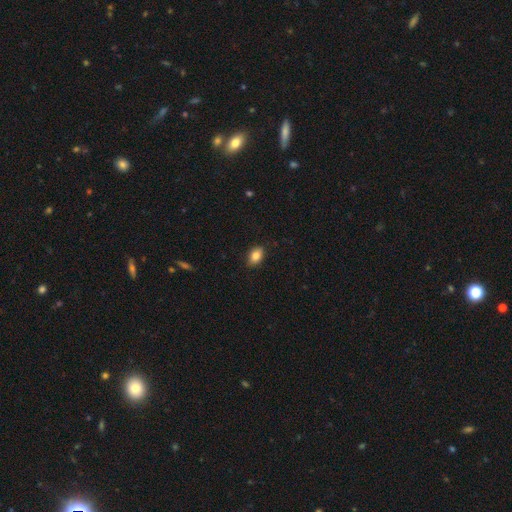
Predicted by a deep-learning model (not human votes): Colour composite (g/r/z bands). It shows a smooth galaxy with no disk features (85%) that is in between round and cigar-shaped (84%). Merging: none (88%).